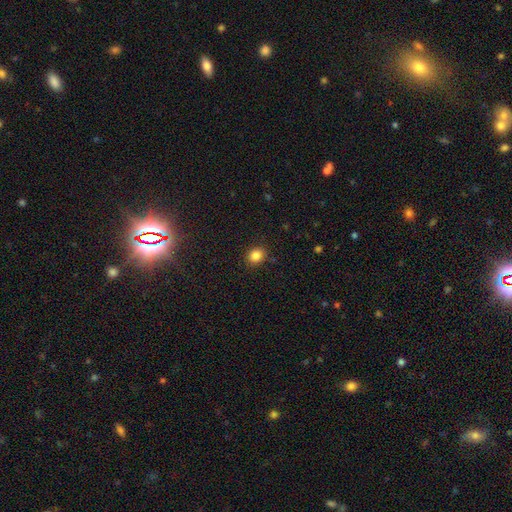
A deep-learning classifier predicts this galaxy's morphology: The model was most divided on "how rounded": round: 67%, in between: 32%, cigar-shaped: 1%. More confident: merging — none (89%); smooth or featured — smooth (84%).